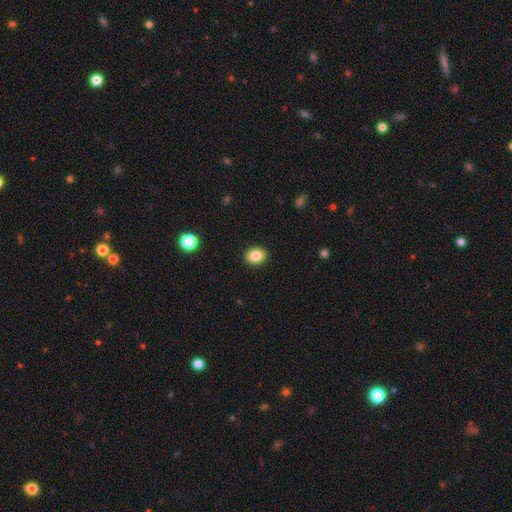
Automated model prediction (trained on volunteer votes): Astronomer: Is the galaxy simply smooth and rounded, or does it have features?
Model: smooth — 85%.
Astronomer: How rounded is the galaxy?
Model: in between — 57% (runner-up: round, 42%).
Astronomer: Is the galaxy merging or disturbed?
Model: none — 91%.